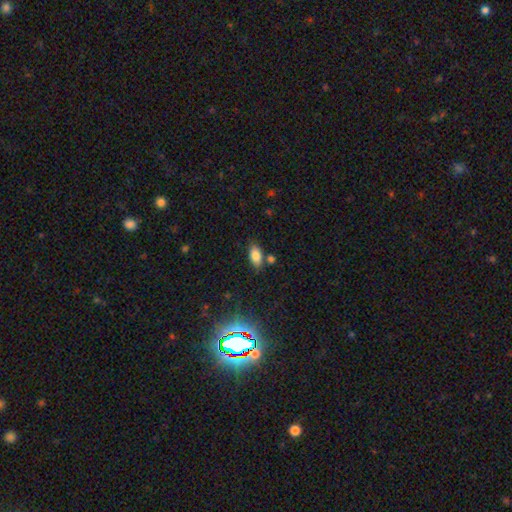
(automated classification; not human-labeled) smooth-or-featured: smooth: 81% | star or artifact: 11% | featured or disk: 8%
  how-rounded: in between: 91% | cigar-shaped: 5% | round: 5%
  merging: none: 76% | minor disturbance: 12% | merger: 9% | major disturbance: 3%